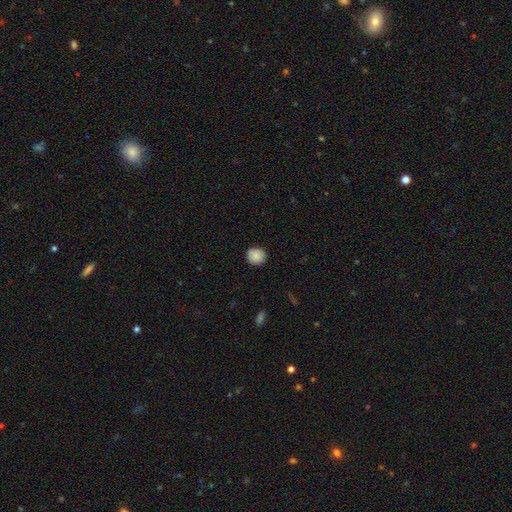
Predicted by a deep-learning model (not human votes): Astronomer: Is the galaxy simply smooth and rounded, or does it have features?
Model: smooth — 86%.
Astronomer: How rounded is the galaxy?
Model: round — 88%.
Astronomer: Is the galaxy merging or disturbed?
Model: none — 88%.